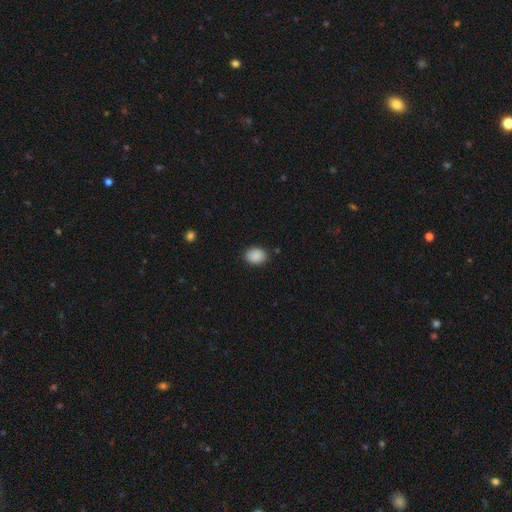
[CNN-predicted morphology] Q: Smooth or featured?
A: smooth (89%); runner-up: star or artifact (8%)
Q: How rounded?
A: in between (65%); runner-up: round (34%)
Q: Merging?
A: none (86%); runner-up: minor disturbance (10%)